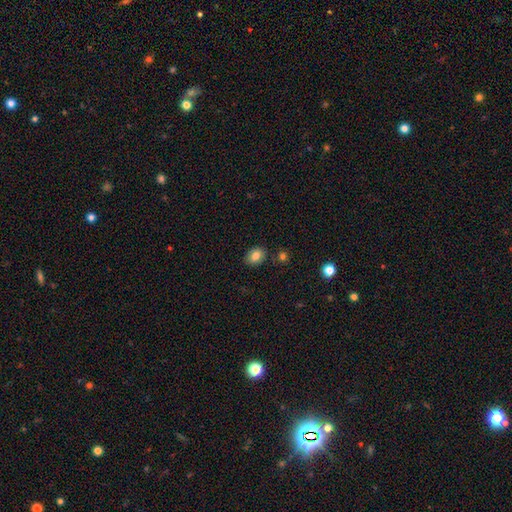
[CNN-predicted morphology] Overall: smooth (83%). How rounded: in between (67%; round 32%). Merging: none (84%).